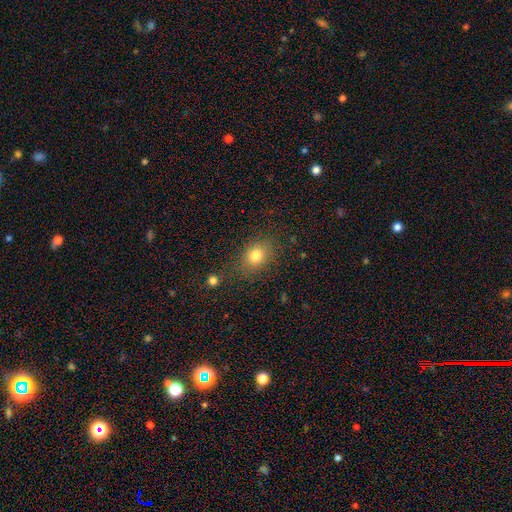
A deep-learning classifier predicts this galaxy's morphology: A smooth galaxy with no disk features (79%) that is in between round and cigar-shaped (53%).

Vote fractions:
- Smooth or featured? smooth: 79% / star or artifact: 12% / featured or disk: 9%
- How rounded? in between: 53% / round: 45% / cigar-shaped: 1%
- Merging? none: 76% / minor disturbance: 14% / major disturbance: 6% / merger: 4%